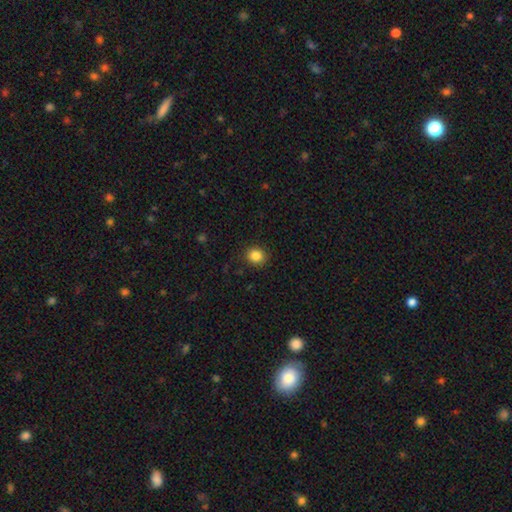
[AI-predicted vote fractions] A smooth galaxy with no disk features (86%) that is round (80%). Merging: none (89%).